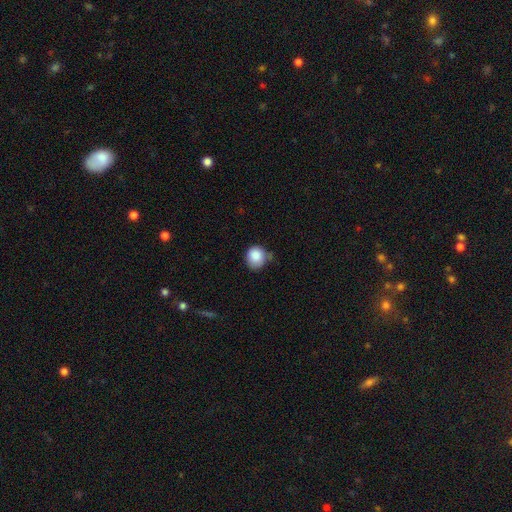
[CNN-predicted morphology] Smooth or featured?
  - smooth: 87% *
  - star or artifact: 8%
  - featured or disk: 5%
How rounded?
  - round: 86% *
  - in between: 13%
  - cigar-shaped: 1%
Merging?
  - none: 57% *
  - minor disturbance: 32%
  - major disturbance: 6%
  - merger: 5%